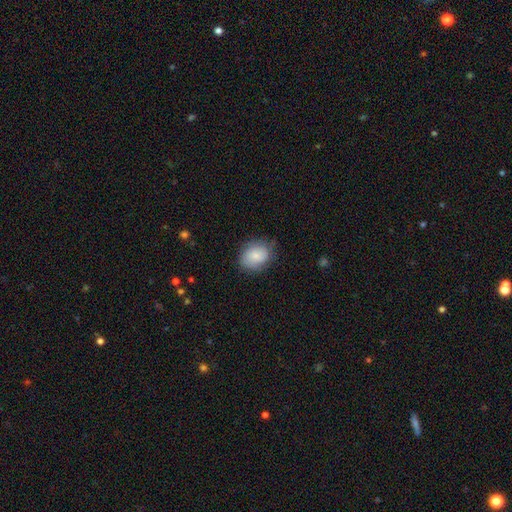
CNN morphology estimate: This appears to be a smooth galaxy with no disk features (79%) that is in between round and cigar-shaped (50%). Merging: none (72%).